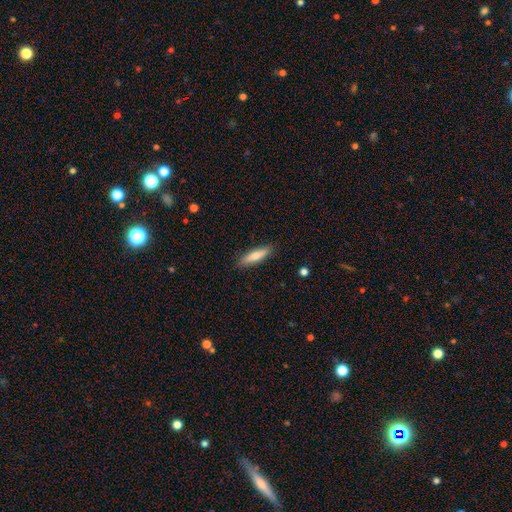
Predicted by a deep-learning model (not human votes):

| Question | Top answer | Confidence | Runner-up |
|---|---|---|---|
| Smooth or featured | smooth | 74% | featured or disk (21%) |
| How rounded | cigar-shaped | 71% | in between (27%) |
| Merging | none | 88% | minor disturbance (9%) |